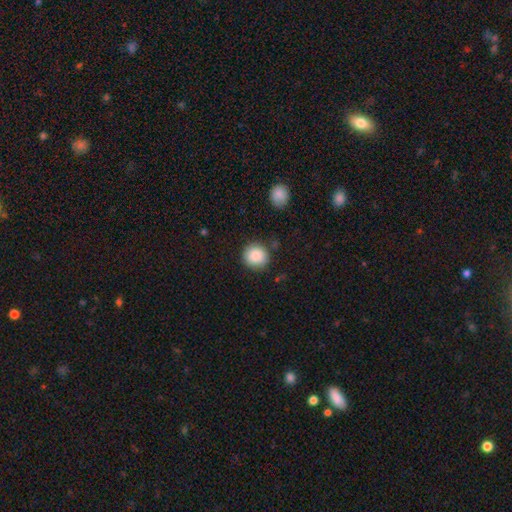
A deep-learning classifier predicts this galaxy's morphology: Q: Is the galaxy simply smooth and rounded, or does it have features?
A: smooth — 88%.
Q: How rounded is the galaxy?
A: round — 91%.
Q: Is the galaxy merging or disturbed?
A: none — 85%.